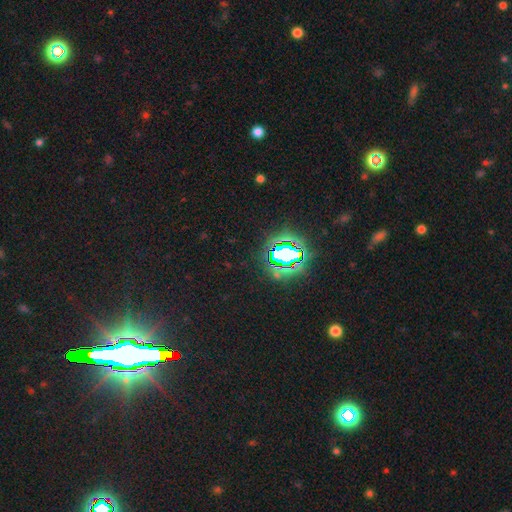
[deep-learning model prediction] A star or artifact, not a galaxy (84%).

Vote fractions:
- Smooth or featured? star or artifact: 84% / smooth: 8% / featured or disk: 8%